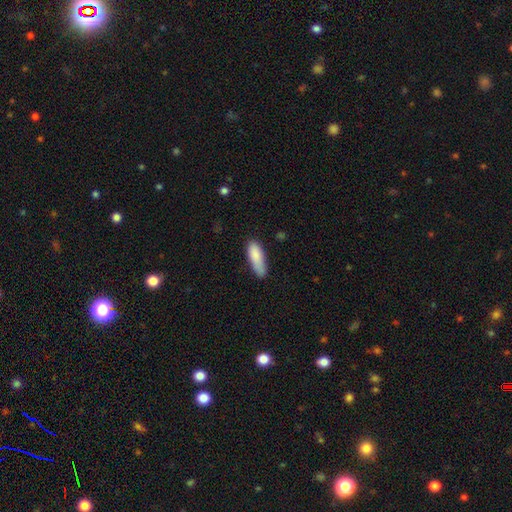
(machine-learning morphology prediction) Smooth or featured?
  - smooth: 85% *
  - featured or disk: 9%
  - star or artifact: 6%
How rounded?
  - in between: 52% *
  - cigar-shaped: 47%
  - round: 2%
Merging?
  - none: 58% *
  - minor disturbance: 31%
  - major disturbance: 7%
  - merger: 4%